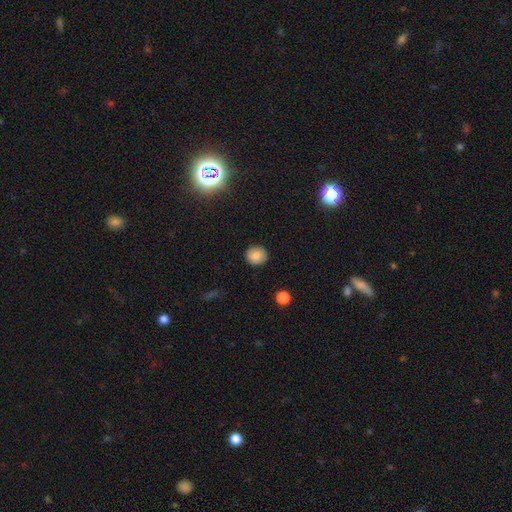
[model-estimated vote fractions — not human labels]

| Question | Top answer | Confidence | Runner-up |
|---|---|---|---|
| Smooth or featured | smooth | 86% | star or artifact (10%) |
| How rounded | round | 89% | in between (10%) |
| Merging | none | 90% | minor disturbance (7%) |